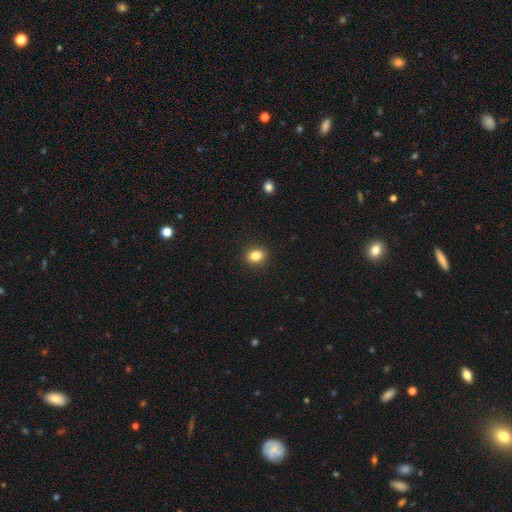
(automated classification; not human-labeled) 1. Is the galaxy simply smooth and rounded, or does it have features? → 85% smooth, 10% star or artifact, 5% featured or disk.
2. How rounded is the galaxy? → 54% in between, 45% round, 1% cigar-shaped.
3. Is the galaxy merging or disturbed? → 91% none, 6% minor disturbance, 2% major disturbance, 1% merger.